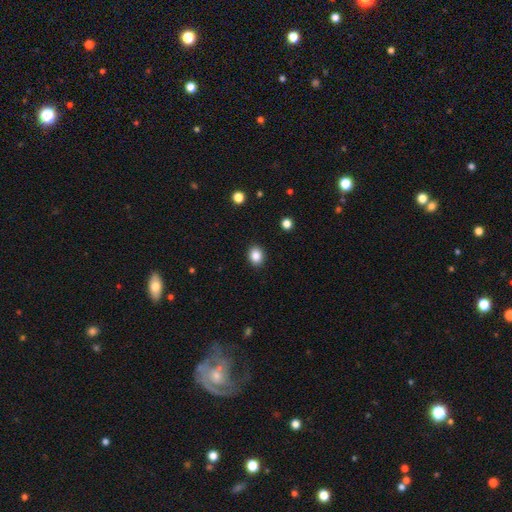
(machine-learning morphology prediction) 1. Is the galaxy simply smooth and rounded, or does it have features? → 86% smooth, 10% star or artifact, 4% featured or disk.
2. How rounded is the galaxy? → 50% in between, 49% round, 1% cigar-shaped.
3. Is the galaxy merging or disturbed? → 90% none, 7% minor disturbance, 2% major disturbance, 1% merger.